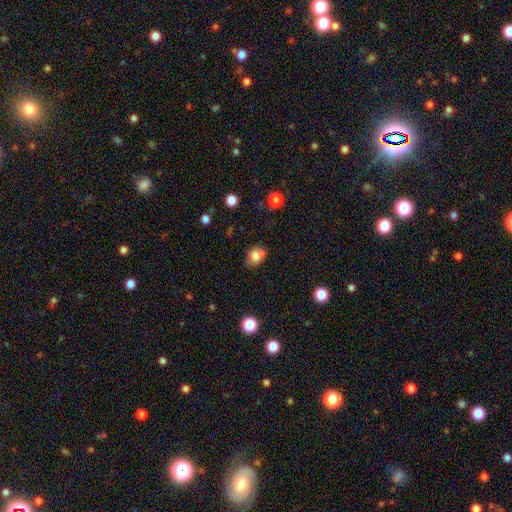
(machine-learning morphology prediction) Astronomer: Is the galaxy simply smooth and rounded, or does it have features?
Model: smooth — 80%.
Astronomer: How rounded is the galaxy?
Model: in between — 52% (runner-up: round, 47%).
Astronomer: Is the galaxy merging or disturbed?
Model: none — 65%.